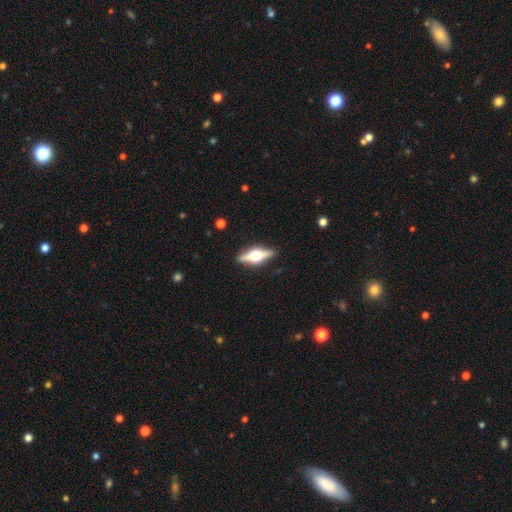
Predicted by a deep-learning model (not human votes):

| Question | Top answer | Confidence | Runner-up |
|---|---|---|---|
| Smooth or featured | featured or disk | 74% | smooth (20%) |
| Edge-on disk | yes | 96% | no (4%) |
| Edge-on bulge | rounded | 95% | boxy (3%) |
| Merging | none | 89% | minor disturbance (8%) |